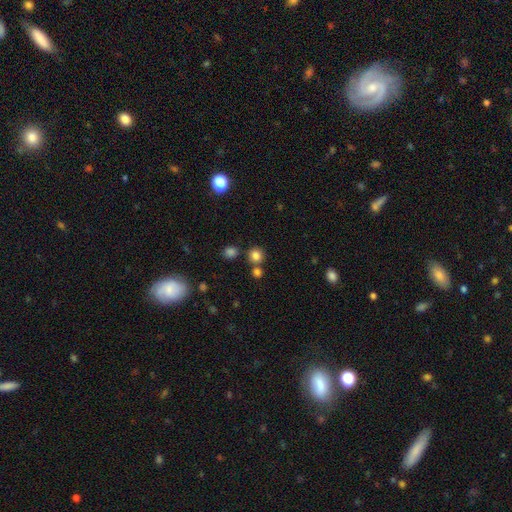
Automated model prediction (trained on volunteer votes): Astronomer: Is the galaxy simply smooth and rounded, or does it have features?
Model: smooth — 80%.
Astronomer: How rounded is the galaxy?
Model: round — 90%.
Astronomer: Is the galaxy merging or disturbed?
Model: none — 74%.